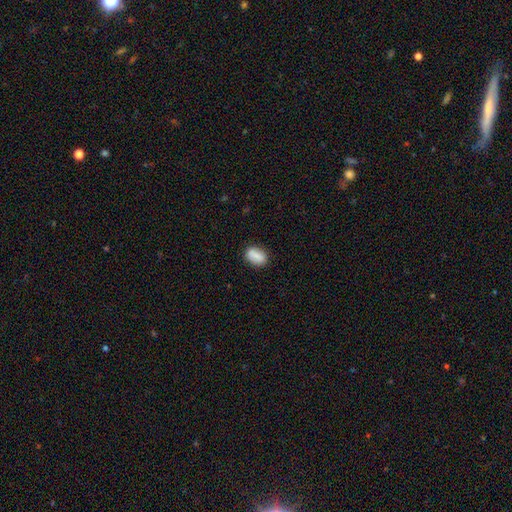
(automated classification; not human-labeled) A smooth galaxy with no disk features (84%) that is in between round and cigar-shaped (82%). Merging: none (80%).